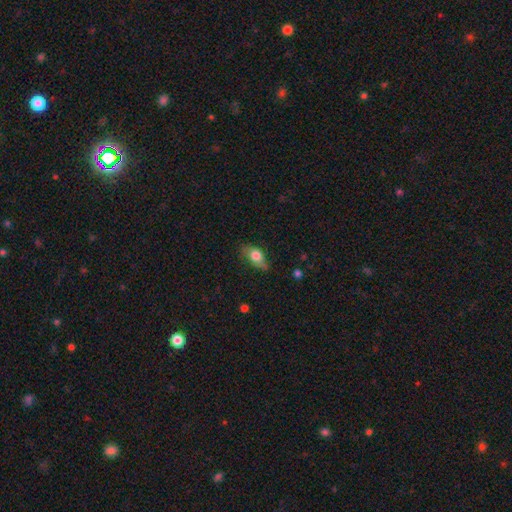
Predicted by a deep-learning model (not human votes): Smooth or featured: smooth — 70% (featured or disk — 22%)
How rounded: in between — 81% (round — 10%)
Merging: none — 61% (minor disturbance — 29%)